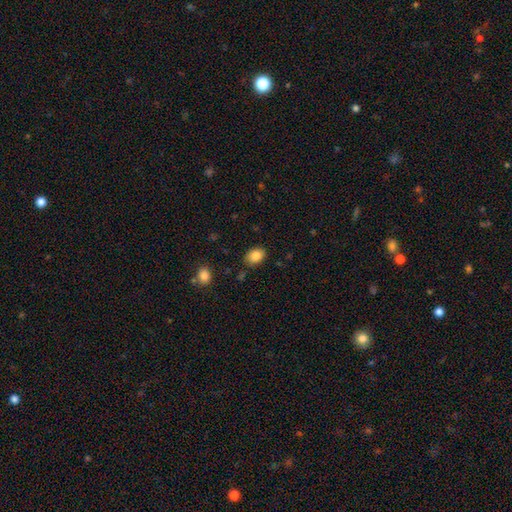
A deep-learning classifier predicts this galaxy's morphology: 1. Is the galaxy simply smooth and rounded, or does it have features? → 86% smooth, 9% star or artifact, 5% featured or disk.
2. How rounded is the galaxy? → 74% in between, 25% round, 1% cigar-shaped.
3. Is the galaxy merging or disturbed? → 82% none, 13% minor disturbance, 3% major disturbance, 2% merger.